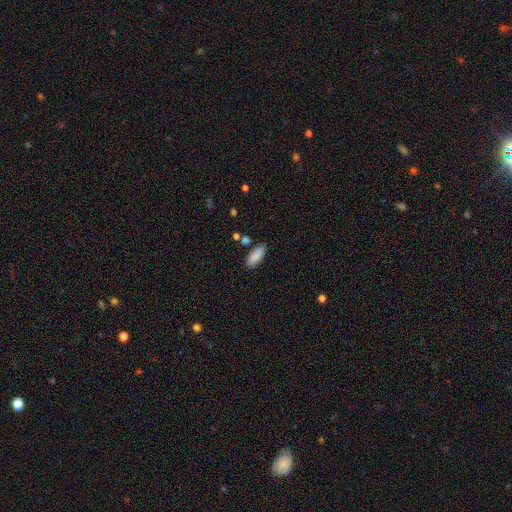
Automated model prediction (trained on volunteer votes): Smooth or featured? Predicted: smooth (p=0.88). How rounded? Predicted: in between (p=0.80). Merging? Predicted: none (p=0.81).